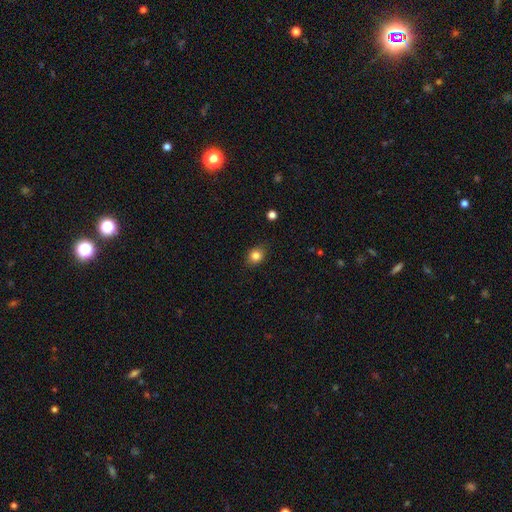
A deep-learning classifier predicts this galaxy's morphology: smooth_or_featured: smooth (p=0.83) [alt: star or artifact p=0.11]
how_rounded: round (p=0.60) [alt: in between p=0.39]
merging: none (p=0.84) [alt: minor disturbance p=0.13]